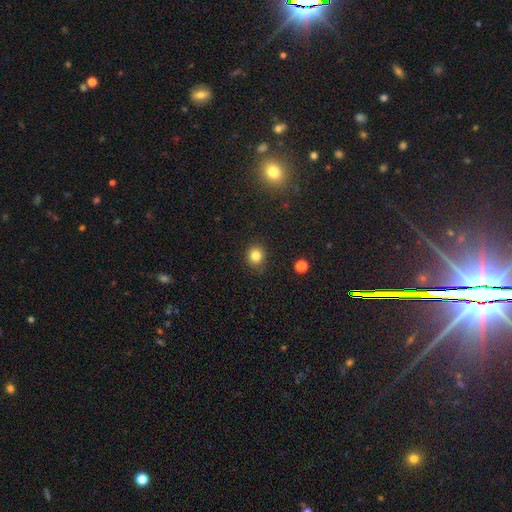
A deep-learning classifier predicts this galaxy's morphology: Smooth or featured: smooth — 83% (star or artifact — 12%)
How rounded: round — 83% (in between — 16%)
Merging: none — 87% (minor disturbance — 9%)